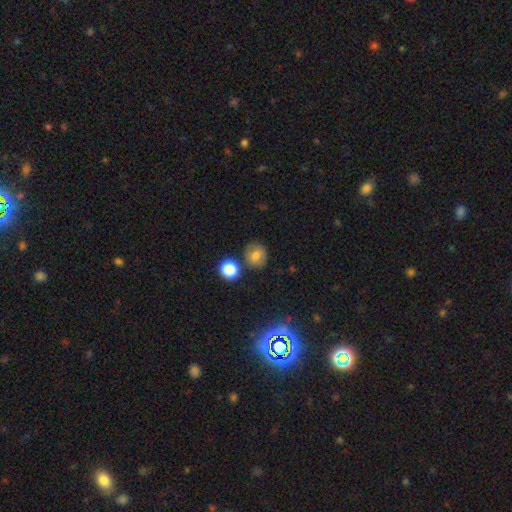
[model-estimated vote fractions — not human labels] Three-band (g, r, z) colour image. It shows a smooth galaxy with no disk features (74%) that is round (81%). Merging: none (76%).